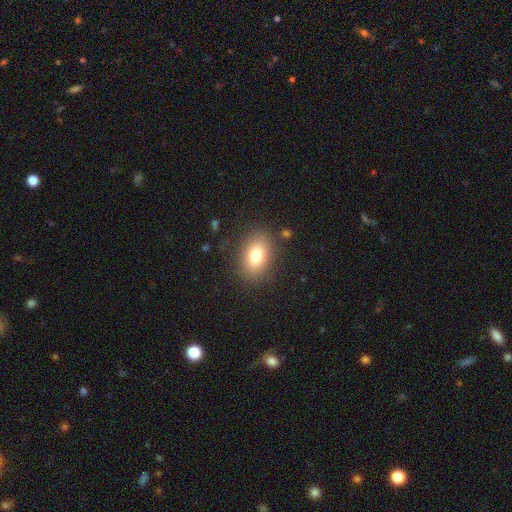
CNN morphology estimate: Smooth or featured? Predicted: smooth (p=0.79). How rounded? Predicted: in between (p=0.79). Merging? Predicted: none (p=0.85).